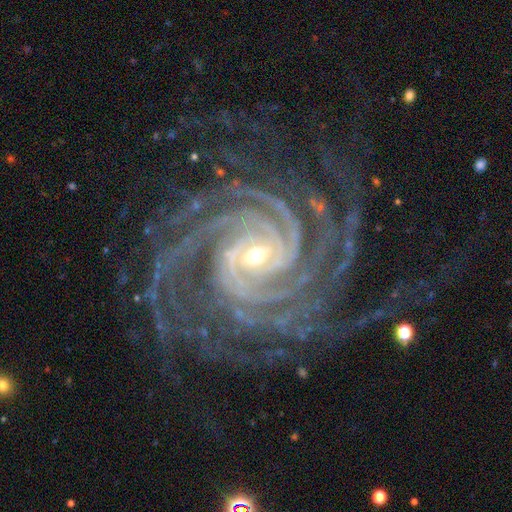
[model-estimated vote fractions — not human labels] Q: Smooth or featured?
A: featured or disk (94%); runner-up: star or artifact (4%)
Q: Edge-on disk?
A: no (98%); runner-up: yes (2%)
Q: Bar?
A: no (41%); runner-up: weak (33%)
Q: Spiral arms?
A: yes (99%); runner-up: no (1%)
Q: Spiral winding?
A: tight (80%); runner-up: medium (17%)
Q: Spiral arm count?
A: more than 4 (30%); runner-up: 4 (24%)
Q: Bulge size?
A: small (67%); runner-up: moderate (29%)
Q: Merging?
A: none (76%); runner-up: minor disturbance (14%)